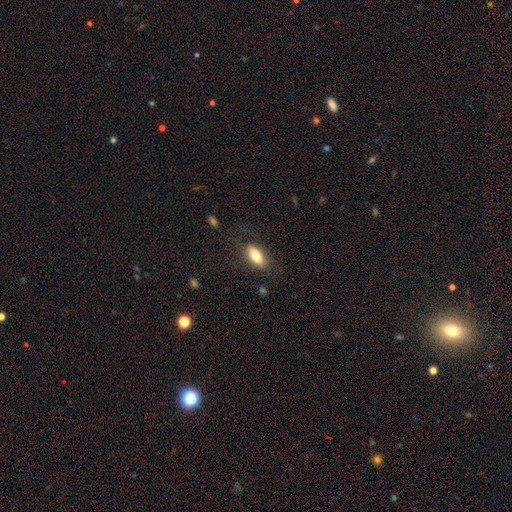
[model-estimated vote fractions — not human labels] smooth_or_featured: smooth (p=0.78) [alt: featured or disk p=0.15]
how_rounded: in between (p=0.83) [alt: cigar-shaped p=0.14]
merging: none (p=0.76) [alt: minor disturbance p=0.16]